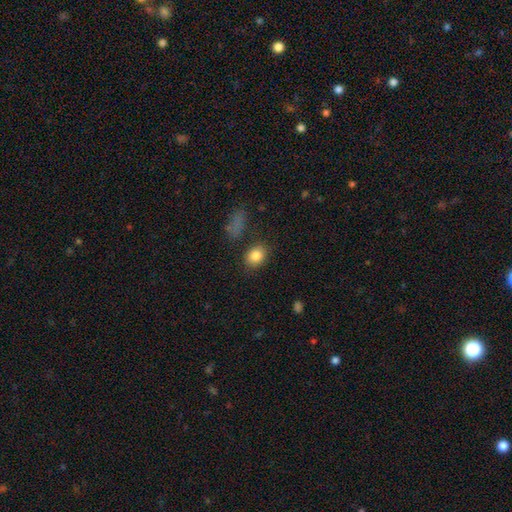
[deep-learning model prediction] smooth_or_featured: smooth (p=0.84) [alt: star or artifact p=0.09]
how_rounded: in between (p=0.58) [alt: round p=0.41]
merging: none (p=0.82) [alt: minor disturbance p=0.11]